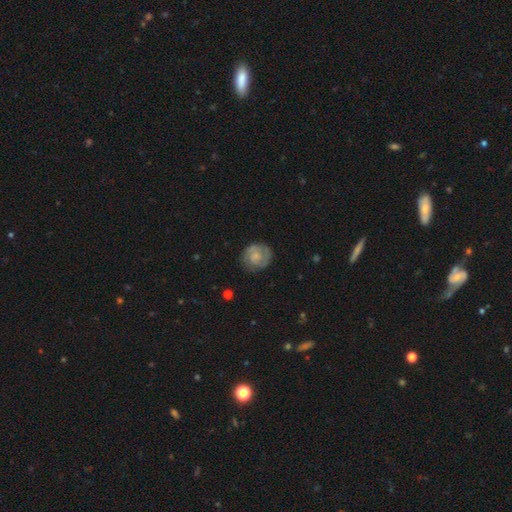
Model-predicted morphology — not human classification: A featured or disk galaxy (56%) with no bar (67%), spiral arms (84%) and a small central bulge (48%).

Vote fractions:
- Smooth or featured? featured or disk: 56% / smooth: 37% / star or artifact: 7%
- Edge-on disk? no: 98% / yes: 2%
- Bar? no: 67% / weak: 29% / strong: 4%
- Spiral arms? yes: 84% / no: 16%
- Bulge size? small: 48% / moderate: 26% / none: 22% / large: 3% / dominant: 1%
- Merging? none: 77% / minor disturbance: 17% / major disturbance: 6% / merger: 1%